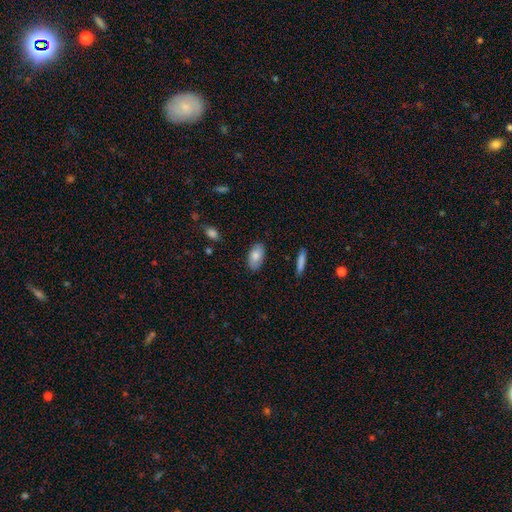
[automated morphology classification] smooth 79%, featured or disk 15%, star or artifact 6%. Down the decision tree: how rounded — in between (94%); merging — none (84%).